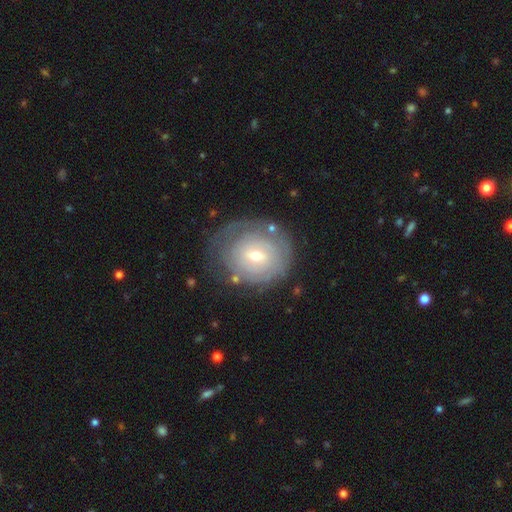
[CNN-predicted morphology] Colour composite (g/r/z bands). It shows a featured or disk galaxy (65%) with no bar (53%), spiral arms (73%) and a small central bulge (55%). Merging: none (66%).